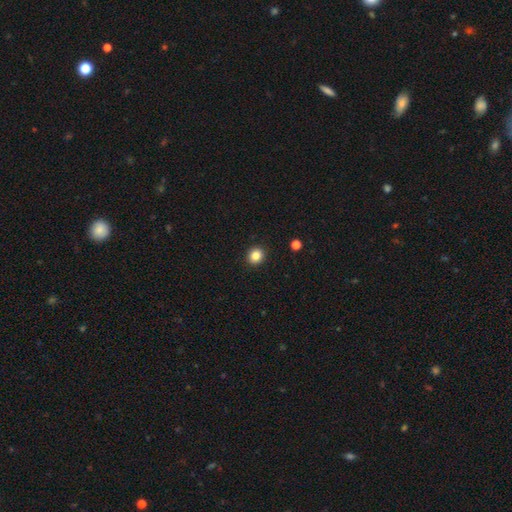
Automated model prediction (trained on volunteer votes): Overall: smooth (84%). How rounded: round (83%). Merging: none (93%).